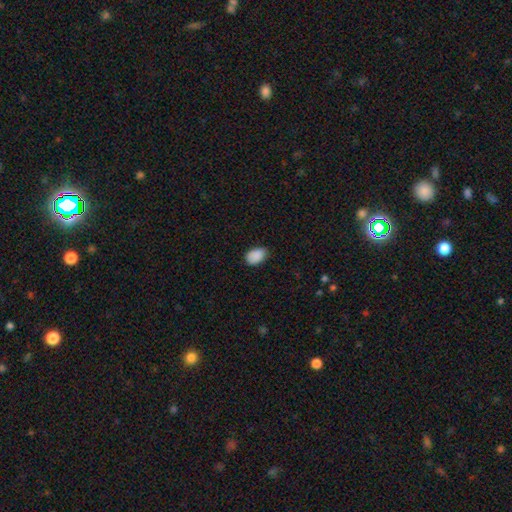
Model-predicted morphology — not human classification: Smooth or featured? smooth (89%)
How rounded? in between (86%)
Merging? none (77%)